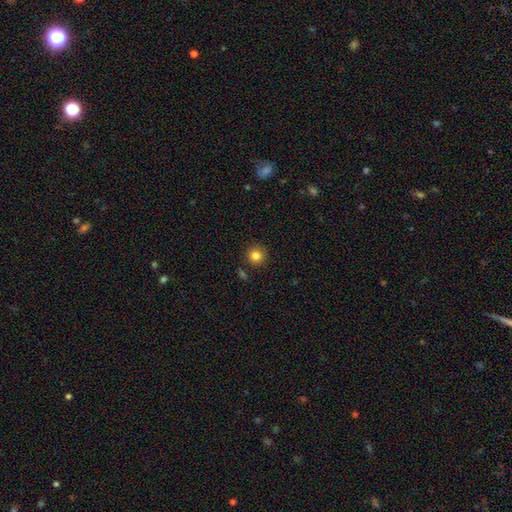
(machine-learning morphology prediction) type=smooth (82%); roundness=round (94%); merging=none (89%).